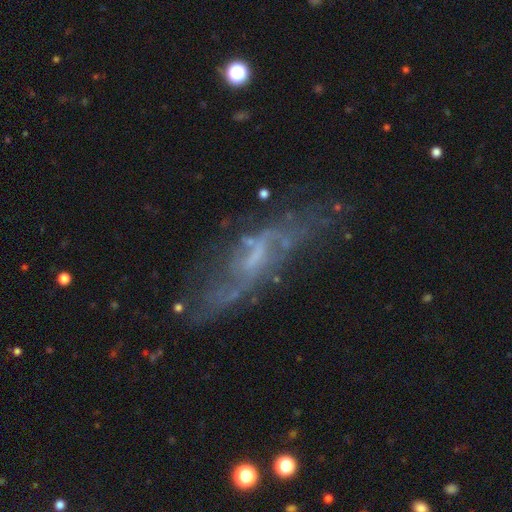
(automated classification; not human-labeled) A featured or disk galaxy (72%) with a weak bar (43%), spiral arms (64%) and no central bulge (38%, tied with small).

Vote fractions:
- Smooth or featured? featured or disk: 72% / smooth: 16% / star or artifact: 12%
- Edge-on disk? no: 76% / yes: 24%
- Bar? weak: 43% / no: 42% / strong: 15%
- Spiral arms? yes: 64% / no: 36%
- Bulge size? none: 38% (tied) / small: 38% (tied) / moderate: 20% / large: 3% / dominant: 1%
- Merging? none: 59% / minor disturbance: 21% / major disturbance: 16% / merger: 4%